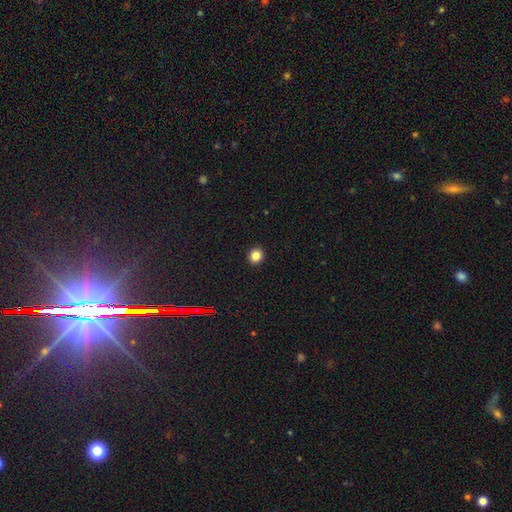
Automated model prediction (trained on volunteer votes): smooth 84%, star or artifact 12%, featured or disk 4%. Down the decision tree: how rounded — round (85%); merging — none (93%).